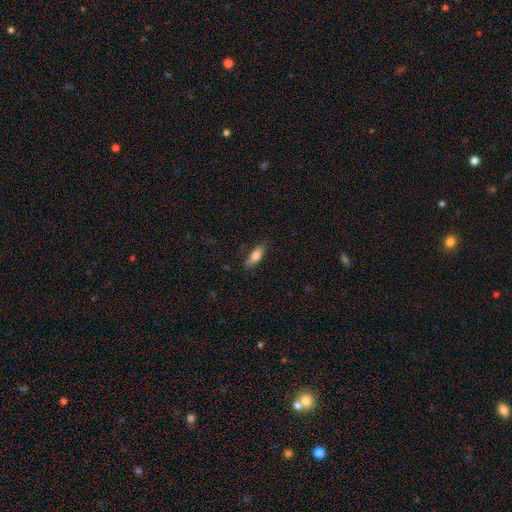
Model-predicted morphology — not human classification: type=smooth (79%); roundness=in between (72%); merging=none (78%).